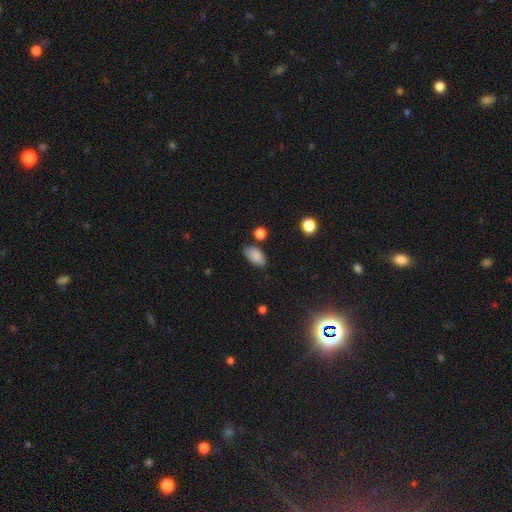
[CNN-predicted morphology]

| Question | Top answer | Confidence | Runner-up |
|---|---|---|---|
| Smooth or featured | smooth | 85% | star or artifact (9%) |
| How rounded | in between | 93% | round (5%) |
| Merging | none | 70% | minor disturbance (22%) |